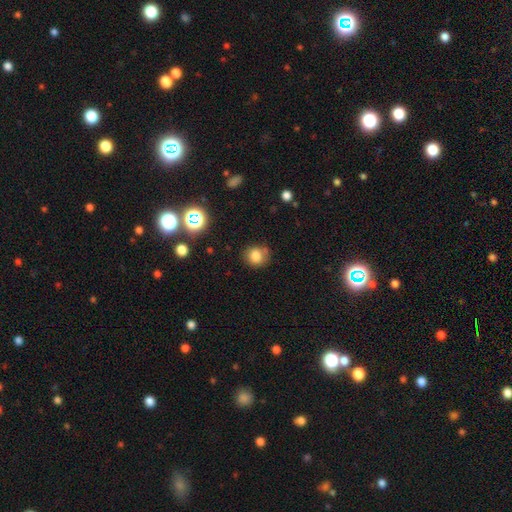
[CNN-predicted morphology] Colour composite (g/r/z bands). It shows a smooth galaxy with no disk features (80%) that is round (81%). Merging: none (70%).